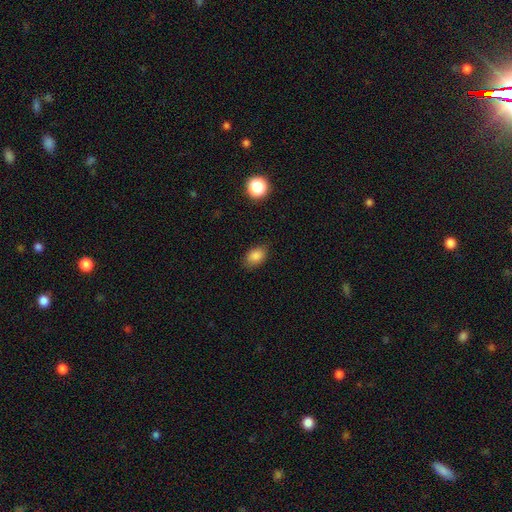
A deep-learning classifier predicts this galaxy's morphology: Smooth or featured?
  - smooth: 85% *
  - star or artifact: 10%
  - featured or disk: 5%
How rounded?
  - in between: 83% *
  - round: 16%
  - cigar-shaped: 1%
Merging?
  - none: 82% *
  - minor disturbance: 14%
  - major disturbance: 3%
  - merger: 1%